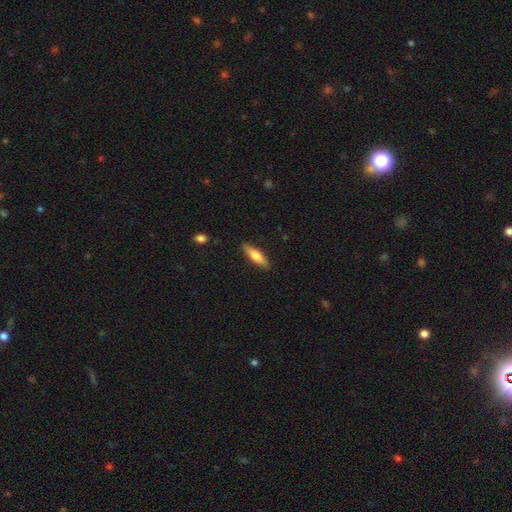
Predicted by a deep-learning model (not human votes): Smooth or featured?
  - smooth: 62% *
  - featured or disk: 33%
  - star or artifact: 6%
How rounded?
  - cigar-shaped: 65% *
  - in between: 33%
  - round: 2%
Merging?
  - none: 88% *
  - minor disturbance: 9%
  - major disturbance: 2%
  - merger: 1%